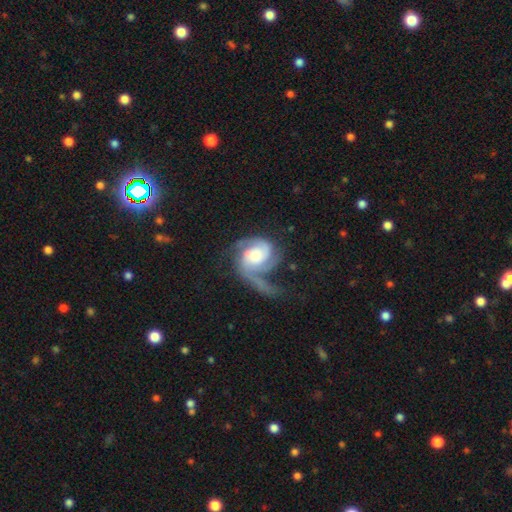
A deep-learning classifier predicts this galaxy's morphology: Smooth or featured: featured or disk — 87% (smooth — 8%)
Edge-on disk: no — 98% (yes — 2%)
Bar: no — 65% (weak — 27%)
Spiral arms: yes — 97% (no — 3%)
Spiral winding: medium — 46% (tight — 29%)
Spiral arm count: 2 — 69% (3 — 11%)
Bulge size: large — 32% (moderate — 30%)
Merging: none — 43% (major disturbance — 33%)